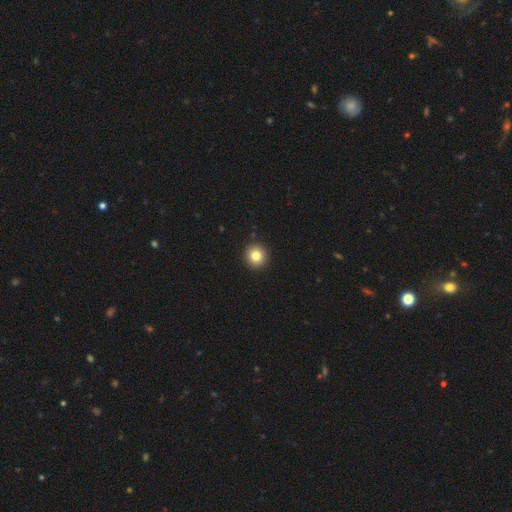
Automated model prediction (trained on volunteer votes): smooth 82%, star or artifact 11%, featured or disk 7%. Down the decision tree: how rounded — round (94%); merging — none (93%).